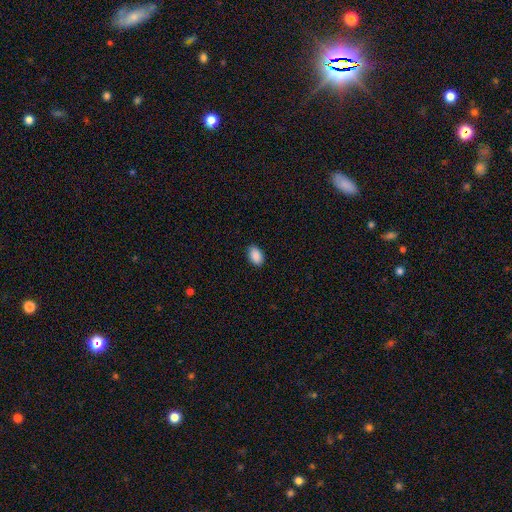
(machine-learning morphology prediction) A smooth galaxy with no disk features (90%) that is in between round and cigar-shaped (91%).

Vote fractions:
- Smooth or featured? smooth: 90% / star or artifact: 7% / featured or disk: 3%
- How rounded? in between: 91% / round: 8% / cigar-shaped: 1%
- Merging? none: 89% / minor disturbance: 8% / major disturbance: 2% / merger: 1%